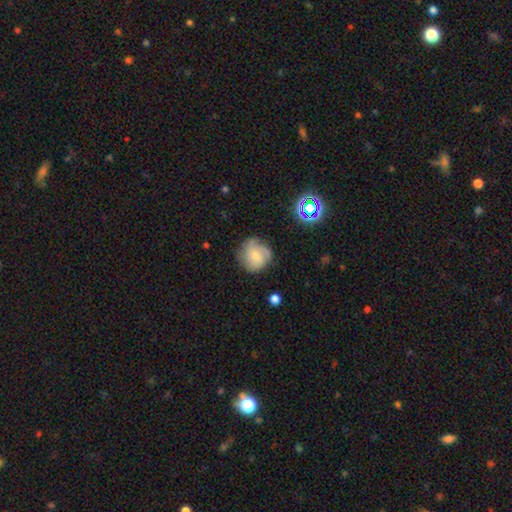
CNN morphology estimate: type=featured or disk (46%); merging=none (64%).